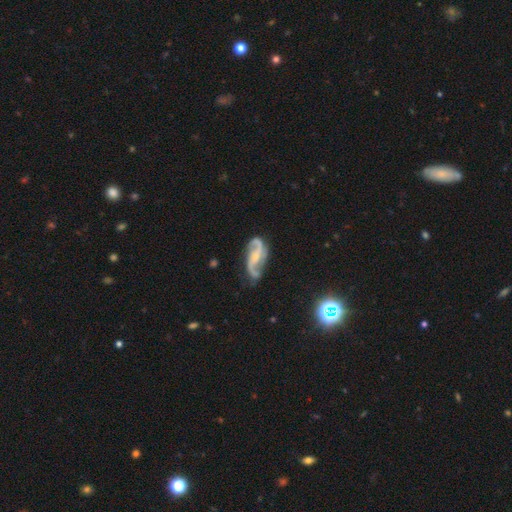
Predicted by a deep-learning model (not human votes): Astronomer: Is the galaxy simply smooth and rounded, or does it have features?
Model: featured or disk — 87%.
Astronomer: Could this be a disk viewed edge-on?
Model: no — 96%.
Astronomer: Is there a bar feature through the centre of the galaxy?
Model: no — 41% (runner-up: weak, 38%).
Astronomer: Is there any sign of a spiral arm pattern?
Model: yes — 96%.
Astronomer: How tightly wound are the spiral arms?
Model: loose — 54% (runner-up: medium, 36%).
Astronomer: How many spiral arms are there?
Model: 2 — 91%.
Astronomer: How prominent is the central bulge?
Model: small — 60%.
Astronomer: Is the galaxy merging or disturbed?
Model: none — 67%.